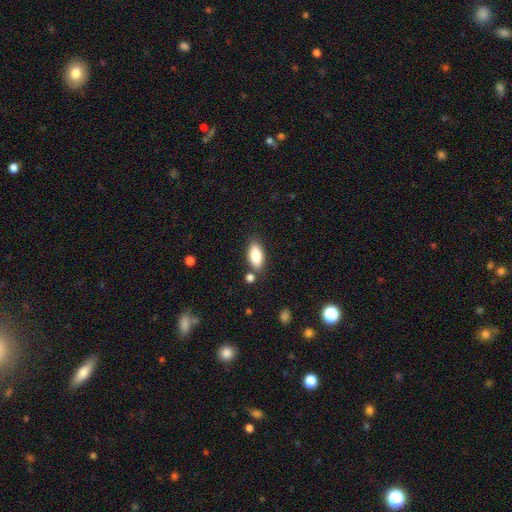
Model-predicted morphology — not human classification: Smooth or featured? Predicted: smooth (p=0.83). How rounded? Predicted: in between (p=0.88). Merging? Predicted: none (p=0.79).